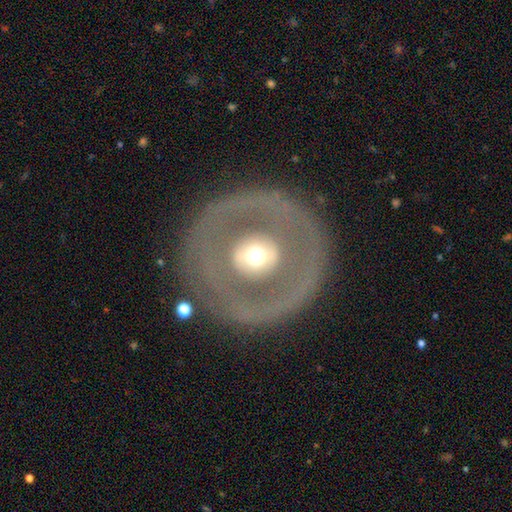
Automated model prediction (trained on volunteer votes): A featured or disk galaxy (59%) with no bar (80%), no spiral arms (77%) and a moderate central bulge (60%).

Vote fractions:
- Smooth or featured? featured or disk: 59% / smooth: 33% / star or artifact: 8%
- Edge-on disk? no: 92% / yes: 8%
- Bar? no: 80% / weak: 12% / strong: 8%
- Spiral arms? no: 77% / yes: 23%
- Bulge size? moderate: 60% / large: 24% / small: 11% / dominant: 5% / none: 1%
- Merging? none: 80% / major disturbance: 10% / minor disturbance: 9% / merger: 2%